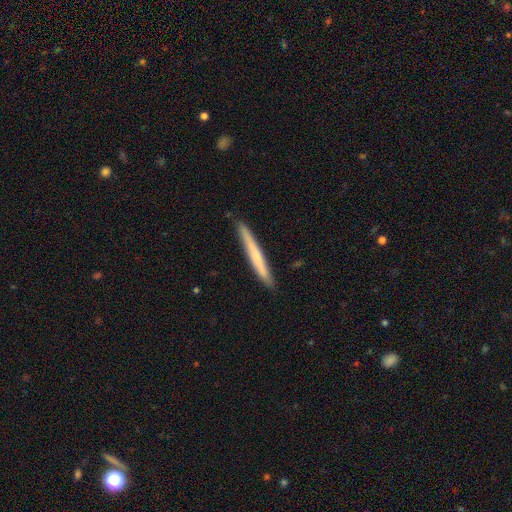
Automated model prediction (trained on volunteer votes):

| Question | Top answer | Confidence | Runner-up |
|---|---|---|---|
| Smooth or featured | smooth | 54% | featured or disk (40%) |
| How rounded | cigar-shaped | 97% | in between (2%) |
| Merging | none | 90% | minor disturbance (8%) |